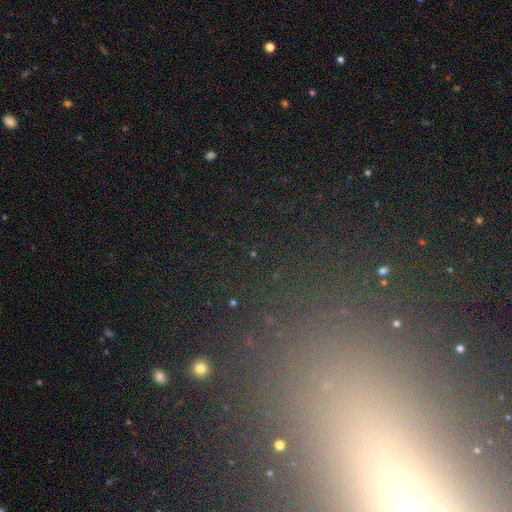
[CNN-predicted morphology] Smooth or featured? star or artifact (66%)